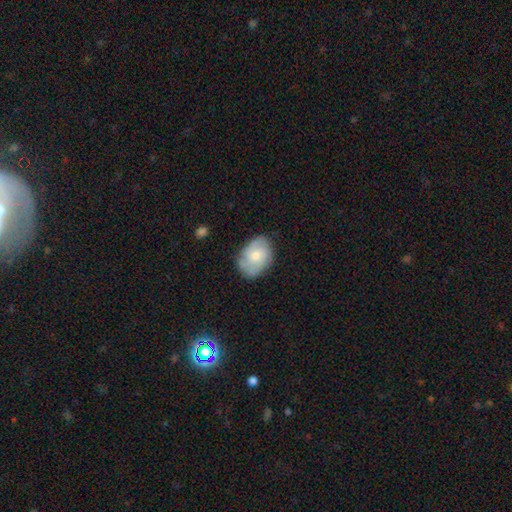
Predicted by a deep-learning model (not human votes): smooth_or_featured: featured or disk (p=0.54) [alt: smooth p=0.39]
disk_edge_on: no (p=0.97) [alt: yes p=0.03]
bar: no (p=0.72) [alt: weak p=0.25]
has_spiral_arms: yes (p=0.84) [alt: no p=0.16]
bulge_size: moderate (p=0.55) [alt: small p=0.34]
merging: none (p=0.70) [alt: minor disturbance p=0.22]